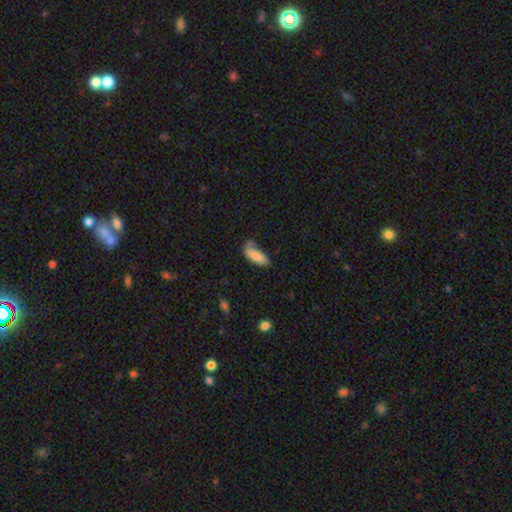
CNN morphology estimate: smooth 80%, featured or disk 13%, star or artifact 7%. Down the decision tree: how rounded — in between (74%); merging — none (47%).